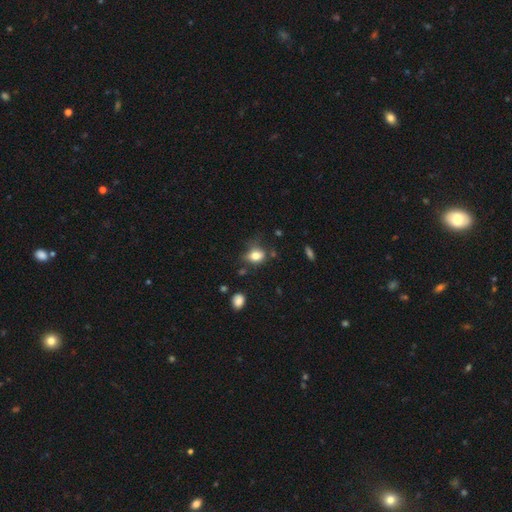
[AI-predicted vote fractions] Q: Smooth or featured?
A: smooth (79%); runner-up: star or artifact (10%)
Q: How rounded?
A: in between (61%); runner-up: round (38%)
Q: Merging?
A: none (53%); runner-up: minor disturbance (30%)